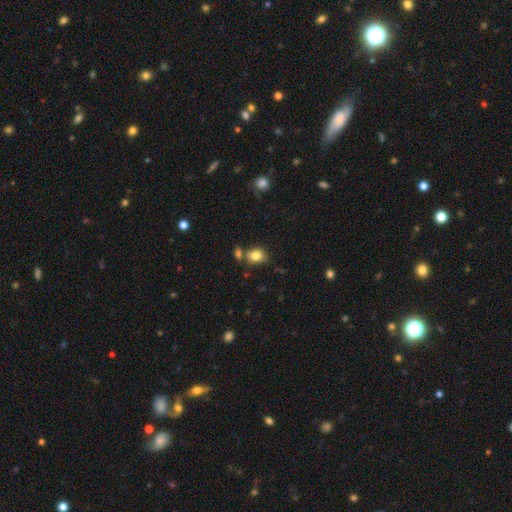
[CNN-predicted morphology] smooth 82%, star or artifact 10%, featured or disk 7%. Down the decision tree: how rounded — round (51%); merging — none (65%).